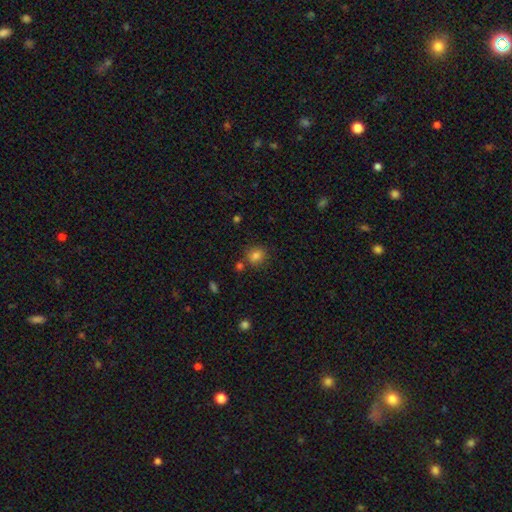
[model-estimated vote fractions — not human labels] Overall: smooth (81%). How rounded: round (76%). Merging: none (79%).